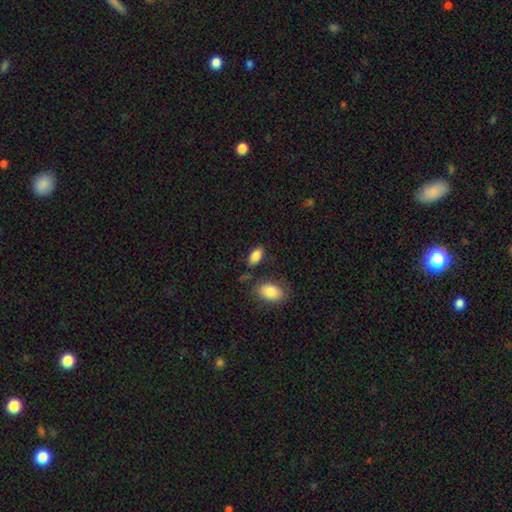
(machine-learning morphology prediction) Smooth or featured? smooth (85%)
How rounded? in between (91%)
Merging? none (75%)